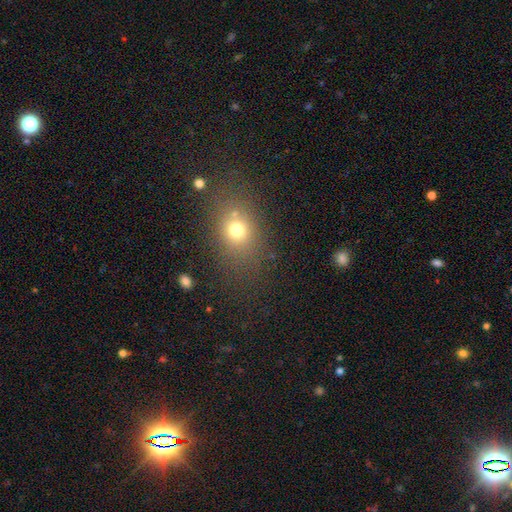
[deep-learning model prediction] The model was most divided on "how rounded": in between: 54%, round: 44%, cigar-shaped: 3%. More confident: merging — none (81%); smooth or featured — smooth (65%).